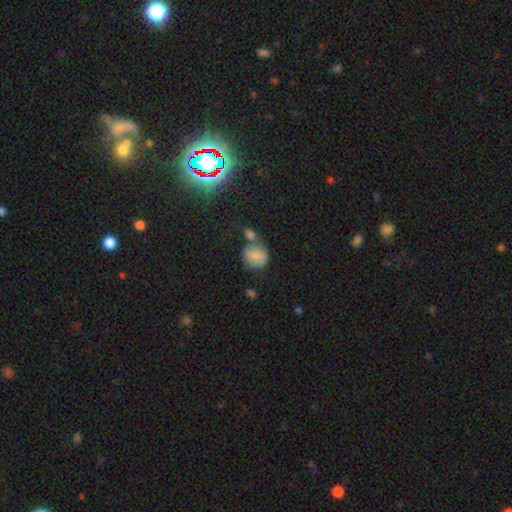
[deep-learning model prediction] Smooth or featured? smooth (76%)
How rounded? round (79%)
Merging? none (46%)